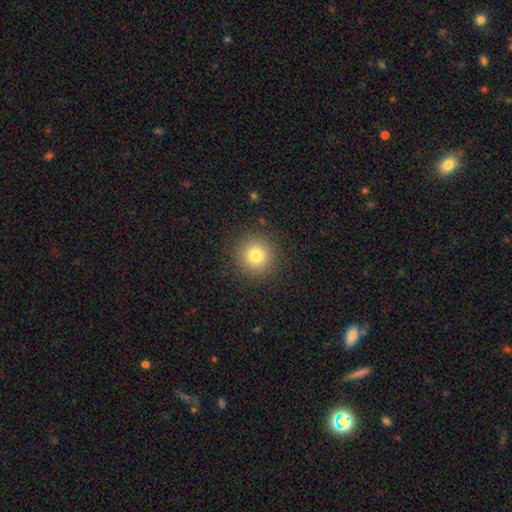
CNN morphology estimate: Q: Smooth or featured?
A: smooth (80%); runner-up: star or artifact (12%)
Q: How rounded?
A: round (95%); runner-up: in between (4%)
Q: Merging?
A: none (91%); runner-up: minor disturbance (6%)